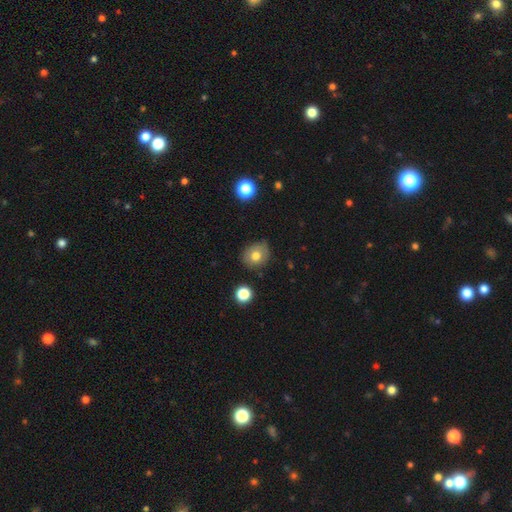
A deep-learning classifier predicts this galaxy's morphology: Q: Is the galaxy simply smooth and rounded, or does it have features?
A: smooth — 73%.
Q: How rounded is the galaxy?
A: round — 70%.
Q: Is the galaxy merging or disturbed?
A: none — 78%.